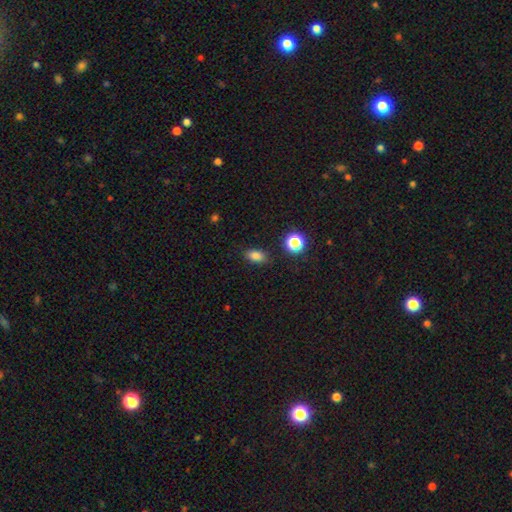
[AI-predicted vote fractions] Overall: smooth (82%). How rounded: in between (83%). Merging: none (85%).